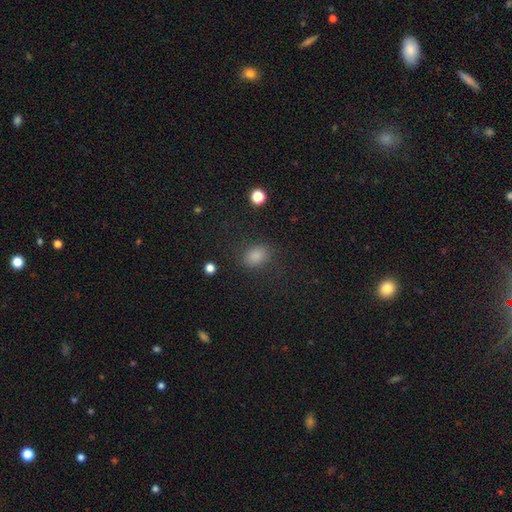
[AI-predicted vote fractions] smooth-or-featured: smooth: 77% | star or artifact: 17% | featured or disk: 6%
  how-rounded: in between: 68% | round: 31% | cigar-shaped: 2%
  merging: none: 80% | minor disturbance: 12% | major disturbance: 6% | merger: 2%